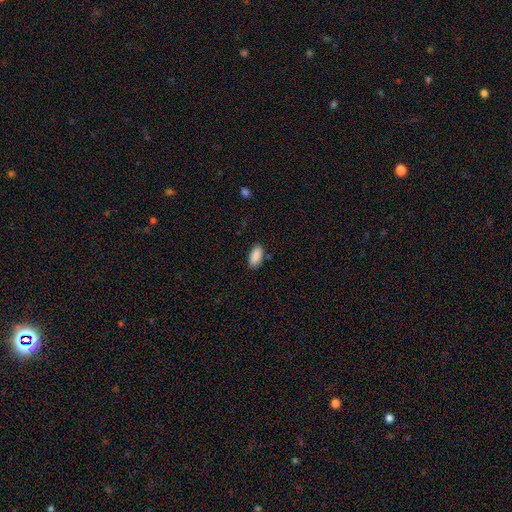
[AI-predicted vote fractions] The model was most divided on "merging": none: 83%, minor disturbance: 12%, major disturbance: 3%, merger: 2%. More confident: how rounded — in between (91%); smooth or featured — smooth (90%).